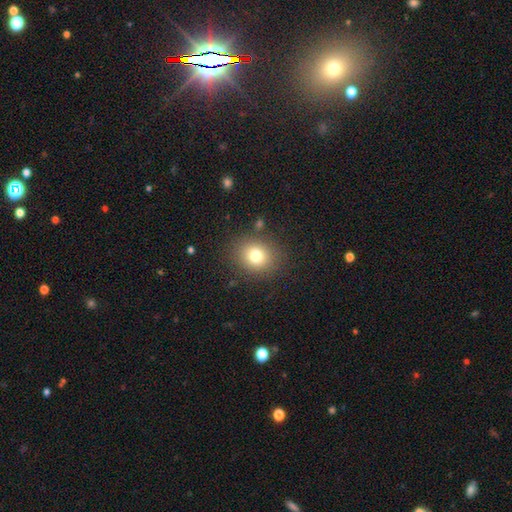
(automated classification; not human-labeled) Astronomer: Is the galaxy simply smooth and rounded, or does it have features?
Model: smooth — 77%.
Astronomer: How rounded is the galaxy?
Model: round — 72%.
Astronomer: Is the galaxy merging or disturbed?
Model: none — 85%.